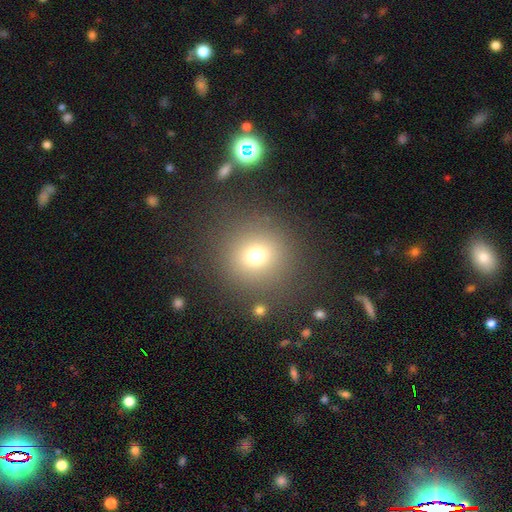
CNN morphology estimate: Smooth or featured? smooth (72%)
How rounded? round (91%)
Merging? none (84%)